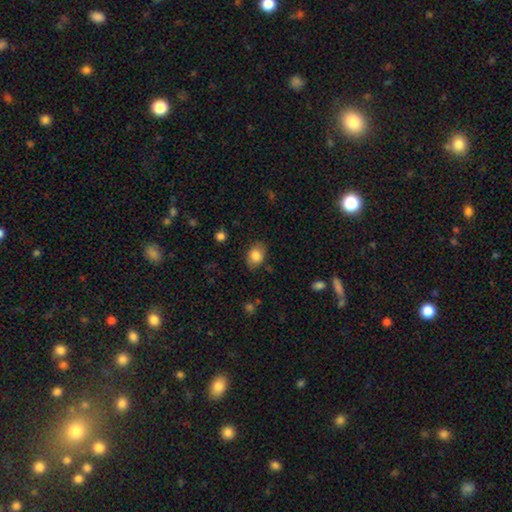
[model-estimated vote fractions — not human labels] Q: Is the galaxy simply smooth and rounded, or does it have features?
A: smooth — 83%.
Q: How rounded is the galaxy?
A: in between — 68%.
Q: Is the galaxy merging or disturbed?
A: none — 77%.